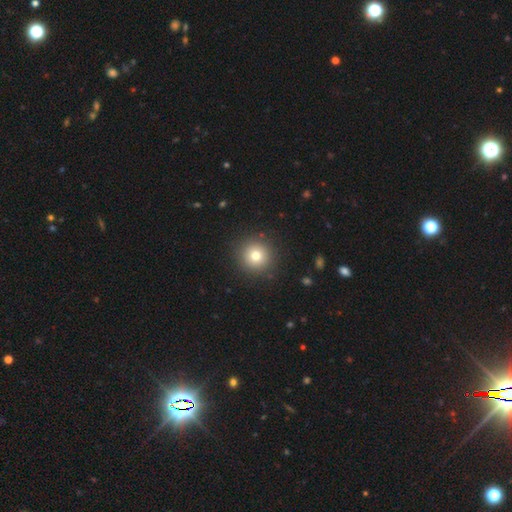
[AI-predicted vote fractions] smooth 77%, star or artifact 13%, featured or disk 10%. Down the decision tree: how rounded — round (95%); merging — none (91%).